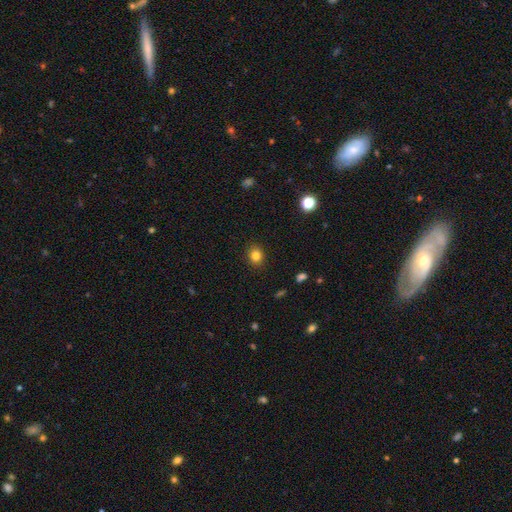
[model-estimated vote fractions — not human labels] smooth_or_featured: smooth (p=0.82) [alt: star or artifact p=0.12]
how_rounded: round (p=0.71) [alt: in between p=0.28]
merging: none (p=0.90) [alt: minor disturbance p=0.07]